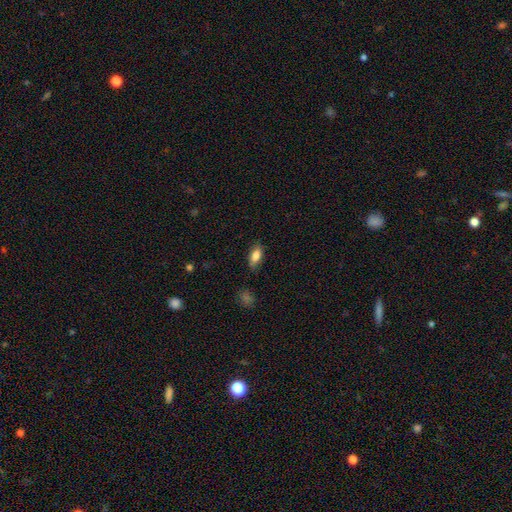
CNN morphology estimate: A smooth galaxy with no disk features (83%) that is in between round and cigar-shaped (84%). Merging: none (75%).